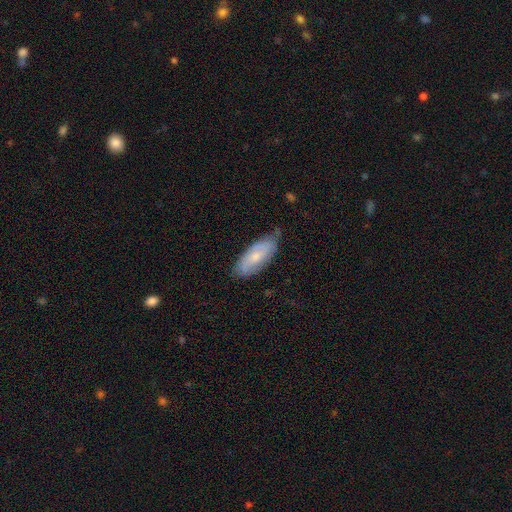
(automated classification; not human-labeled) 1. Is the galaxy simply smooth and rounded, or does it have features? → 55% smooth, 38% featured or disk, 7% star or artifact.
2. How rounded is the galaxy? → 77% in between, 21% cigar-shaped, 2% round.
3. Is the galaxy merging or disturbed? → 68% none, 26% minor disturbance, 4% major disturbance, 2% merger.